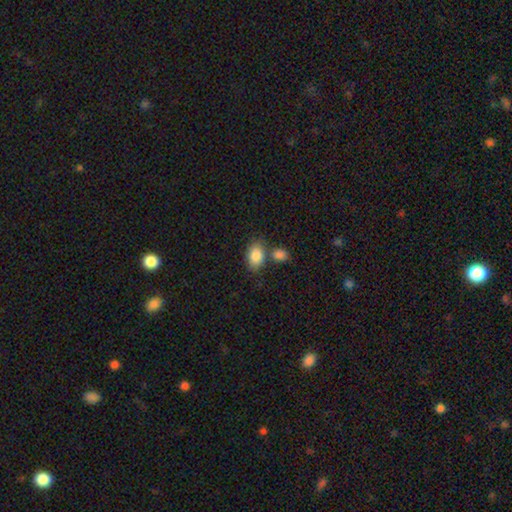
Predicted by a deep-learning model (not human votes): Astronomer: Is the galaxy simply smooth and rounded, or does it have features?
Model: smooth — 86%.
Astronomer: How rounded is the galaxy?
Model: in between — 84%.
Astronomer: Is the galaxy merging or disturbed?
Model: none — 60%.